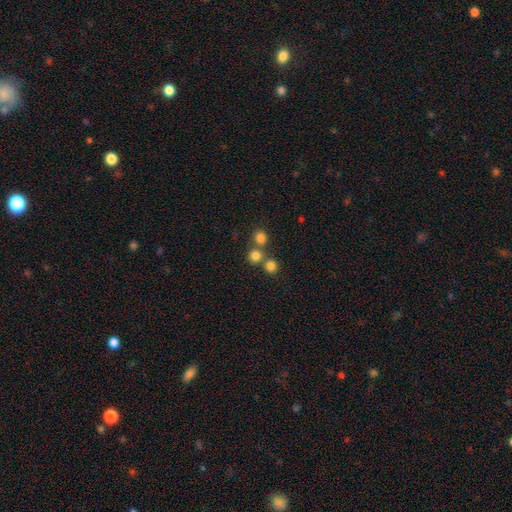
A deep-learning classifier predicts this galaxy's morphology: type=smooth (78%); roundness=round (89%); merging=none (61%).